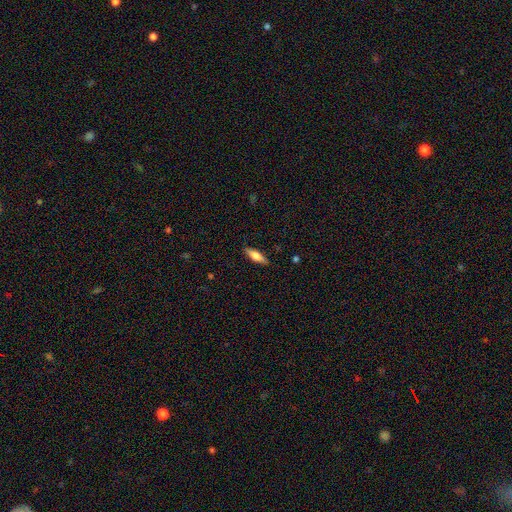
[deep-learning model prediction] Smooth or featured?
  - smooth: 64% *
  - featured or disk: 30%
  - star or artifact: 6%
How rounded?
  - cigar-shaped: 54% *
  - in between: 44%
  - round: 2%
Merging?
  - none: 87% *
  - minor disturbance: 10%
  - major disturbance: 2%
  - merger: 1%